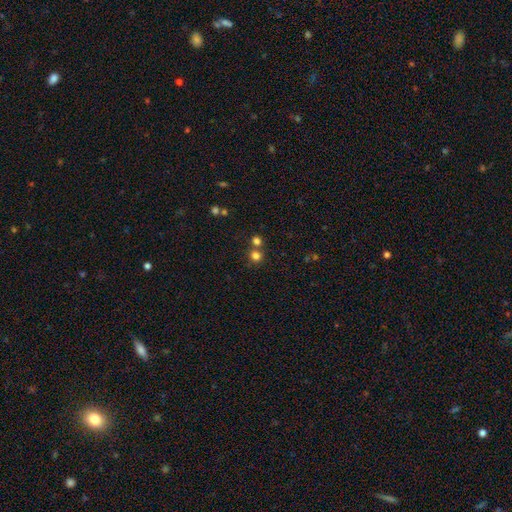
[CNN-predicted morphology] The model was most divided on "merging": none: 65%, merger: 26%, minor disturbance: 7%, major disturbance: 3%. More confident: how rounded — round (89%); smooth or featured — smooth (77%).